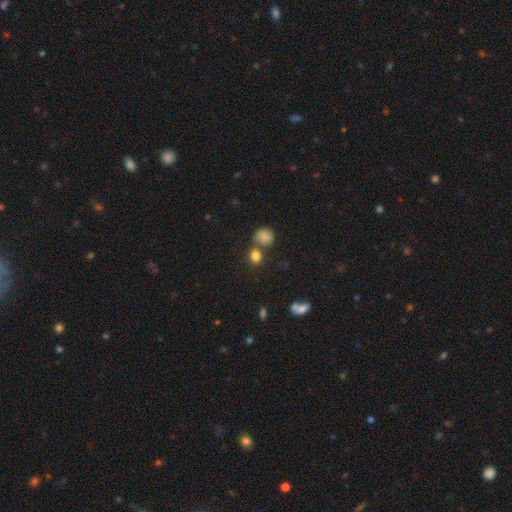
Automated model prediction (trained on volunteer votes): smooth 81%, star or artifact 13%, featured or disk 7%. Down the decision tree: how rounded — round (66%); merging — none (58%).